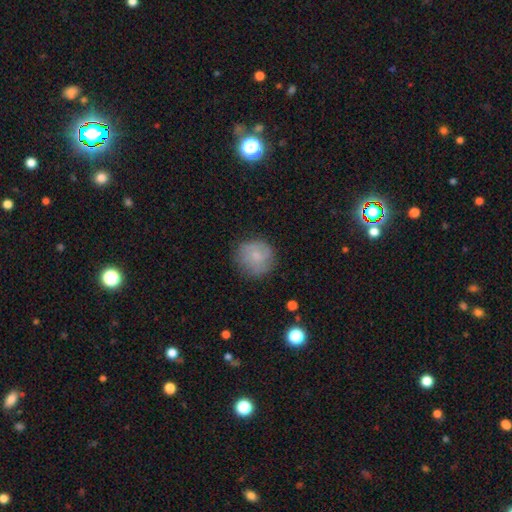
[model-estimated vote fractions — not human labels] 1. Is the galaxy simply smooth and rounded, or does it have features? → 67% smooth, 24% featured or disk, 9% star or artifact.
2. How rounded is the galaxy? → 90% round, 9% in between, 1% cigar-shaped.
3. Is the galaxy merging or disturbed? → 75% none, 18% minor disturbance, 6% major disturbance, 1% merger.